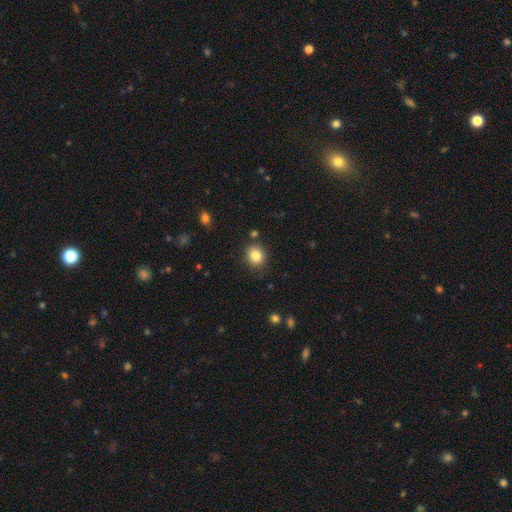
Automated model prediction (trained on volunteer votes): Overall: smooth (84%). How rounded: round (73%). Merging: none (83%).